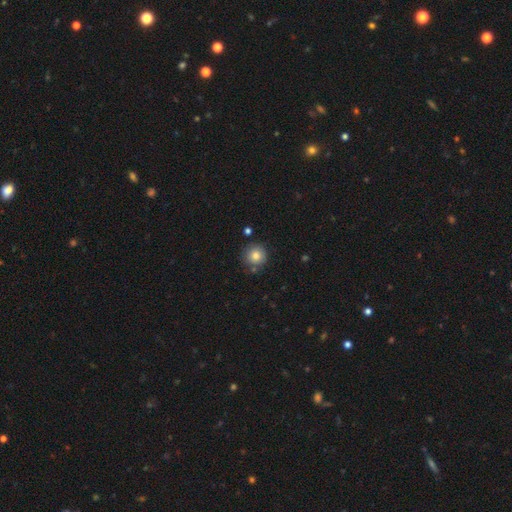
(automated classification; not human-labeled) Q: Smooth or featured?
A: smooth (81%); runner-up: star or artifact (10%)
Q: How rounded?
A: round (94%); runner-up: in between (5%)
Q: Merging?
A: none (82%); runner-up: minor disturbance (10%)